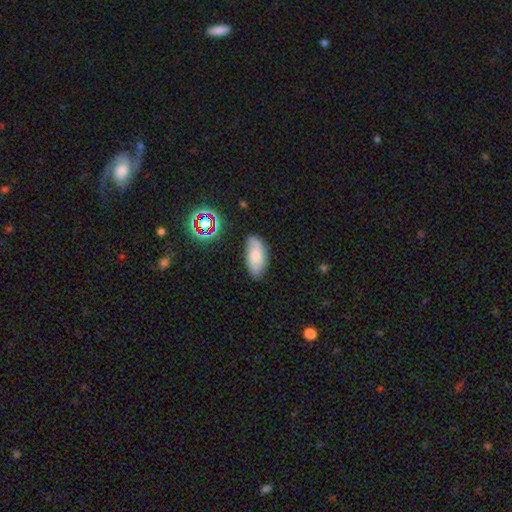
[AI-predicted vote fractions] A smooth galaxy with no disk features (55%) that is in between round and cigar-shaped (90%). Merging: none (71%).